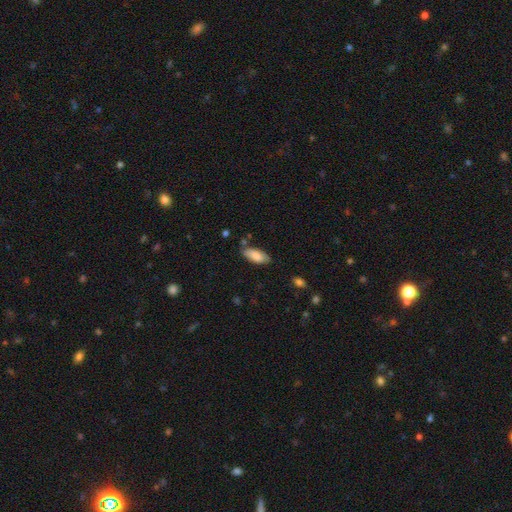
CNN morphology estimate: smooth-or-featured: smooth: 80% | featured or disk: 13% | star or artifact: 6%
  how-rounded: in between: 83% | cigar-shaped: 15% | round: 2%
  merging: none: 74% | minor disturbance: 19% | major disturbance: 4% | merger: 3%